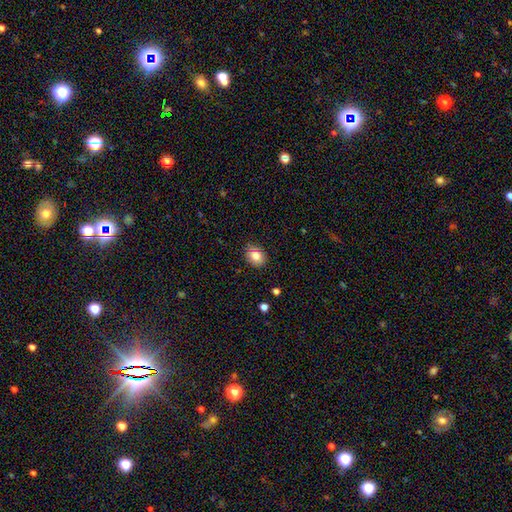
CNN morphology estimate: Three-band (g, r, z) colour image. It shows a smooth galaxy with no disk features (82%) that is round (60%). Merging: none (83%).